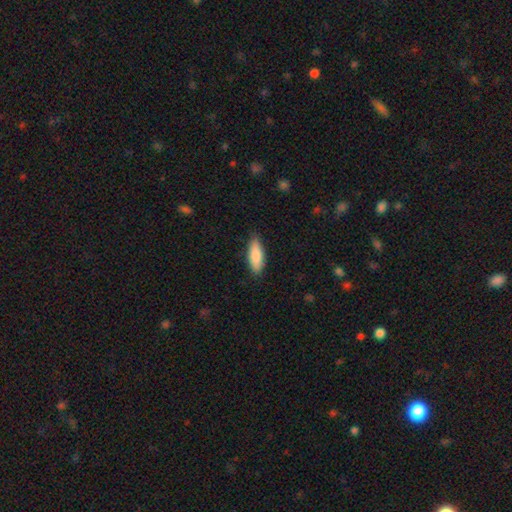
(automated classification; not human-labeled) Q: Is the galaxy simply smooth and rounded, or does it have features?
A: smooth — 86%.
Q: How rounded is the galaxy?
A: in between — 64%.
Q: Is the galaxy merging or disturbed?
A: none — 85%.